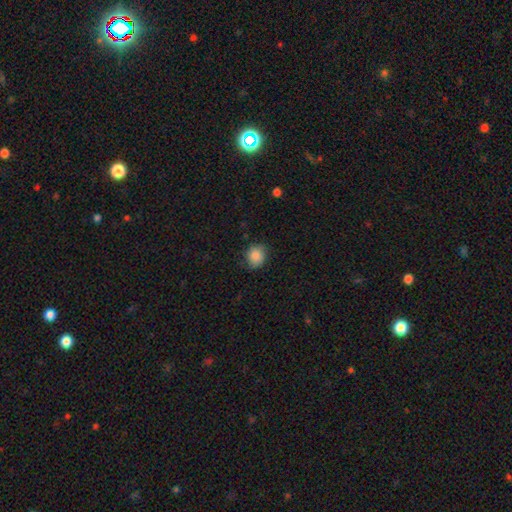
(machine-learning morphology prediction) Q: Smooth or featured?
A: smooth (85%); runner-up: star or artifact (8%)
Q: How rounded?
A: round (76%); runner-up: in between (23%)
Q: Merging?
A: none (75%); runner-up: minor disturbance (20%)